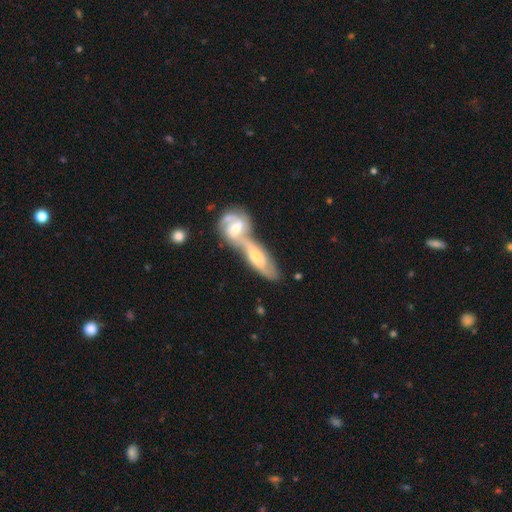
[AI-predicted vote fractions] This appears to be a featured or disk galaxy (65%). Merging: merger (72%).